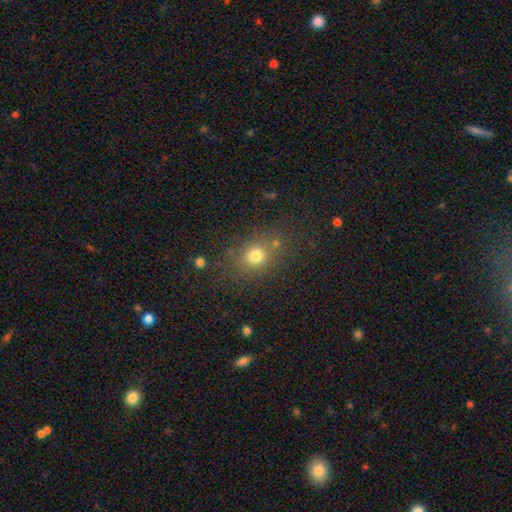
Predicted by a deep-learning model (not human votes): smooth 75%, star or artifact 17%, featured or disk 9%. Down the decision tree: how rounded — round (66%); merging — none (74%).